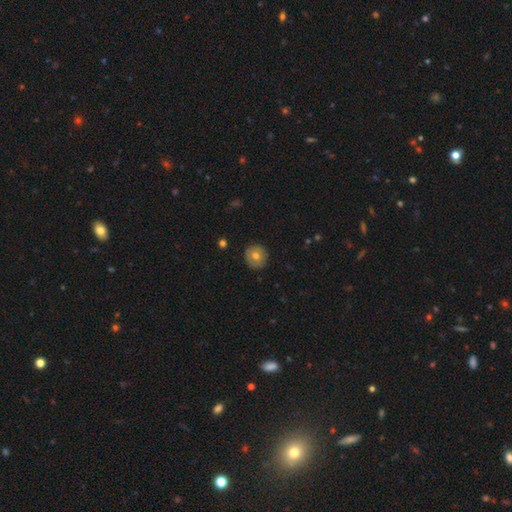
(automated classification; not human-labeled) Smooth or featured? smooth (65%)
How rounded? round (91%)
Merging? none (88%)